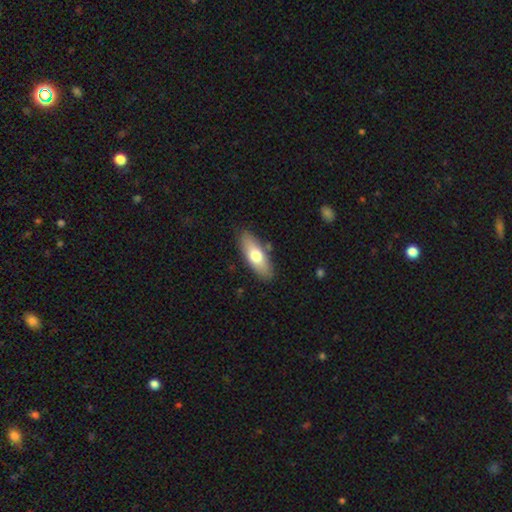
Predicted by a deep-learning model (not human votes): Overall: smooth (68%). How rounded: in between (71%). Merging: none (85%).